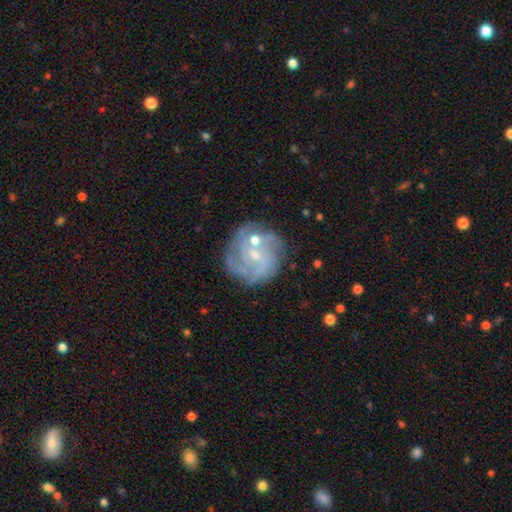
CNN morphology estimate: Smooth or featured? Predicted: featured or disk (p=0.79). Edge-on disk? Predicted: no (p=0.98). Bar? Predicted: no (p=0.64). Spiral arms? Predicted: yes (p=0.90). Spiral winding? Predicted: tight (p=0.53). Spiral arm count? Predicted: can't tell (p=0.28). Bulge size? Predicted: small (p=0.66). Merging? Predicted: none (p=0.67).